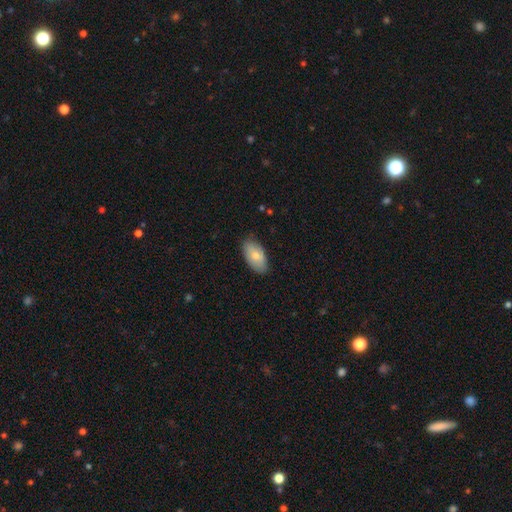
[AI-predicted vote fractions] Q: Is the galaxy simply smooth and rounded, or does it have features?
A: smooth — 77%.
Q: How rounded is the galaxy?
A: in between — 94%.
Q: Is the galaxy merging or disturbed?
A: none — 83%.